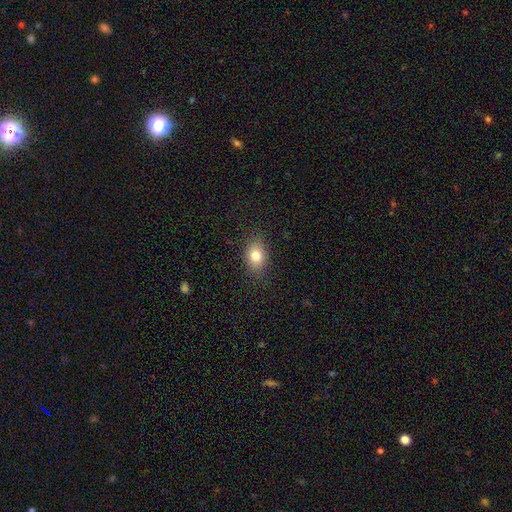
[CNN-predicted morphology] A smooth galaxy with no disk features (80%) that is in between round and cigar-shaped (73%).

Vote fractions:
- Smooth or featured? smooth: 80% / star or artifact: 10% / featured or disk: 10%
- How rounded? in between: 73% / round: 25% / cigar-shaped: 2%
- Merging? none: 84% / minor disturbance: 12% / major disturbance: 3% / merger: 1%